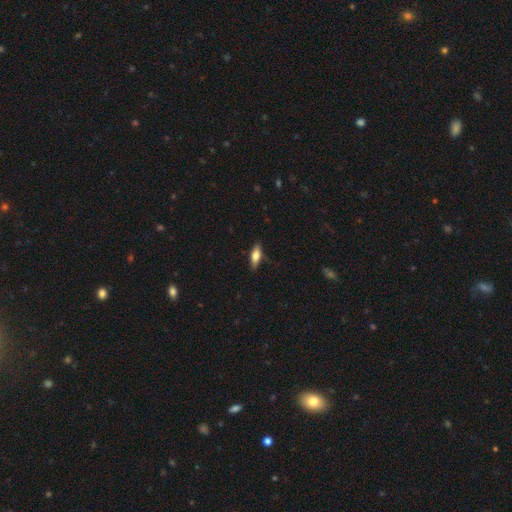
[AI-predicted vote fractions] Smooth or featured?
  - smooth: 72% *
  - featured or disk: 22%
  - star or artifact: 6%
How rounded?
  - in between: 66% *
  - cigar-shaped: 31%
  - round: 3%
Merging?
  - none: 83% *
  - minor disturbance: 13%
  - major disturbance: 2%
  - merger: 1%